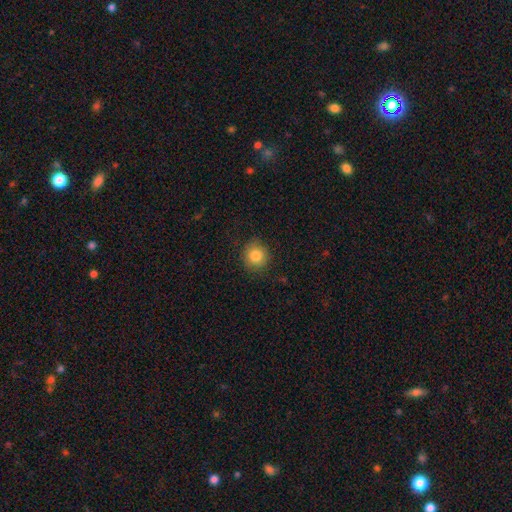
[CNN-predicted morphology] smooth_or_featured: smooth (p=0.84) [alt: star or artifact p=0.10]
how_rounded: round (p=0.90) [alt: in between p=0.09]
merging: none (p=0.86) [alt: minor disturbance p=0.10]